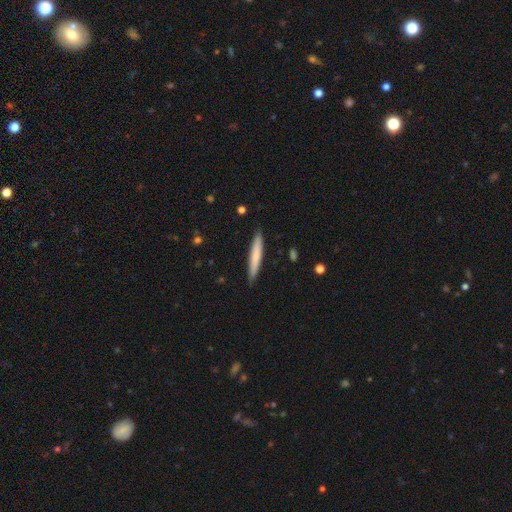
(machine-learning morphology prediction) type=smooth (71%); roundness=cigar-shaped (94%); merging=none (90%).